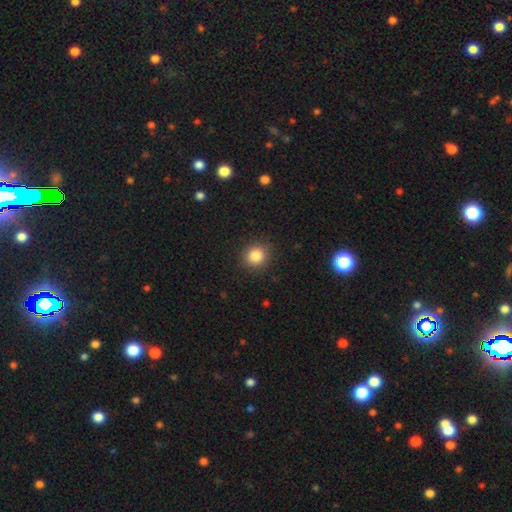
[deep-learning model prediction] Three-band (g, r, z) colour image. It shows a smooth galaxy with no disk features (84%) that is round (88%). Merging: none (90%).